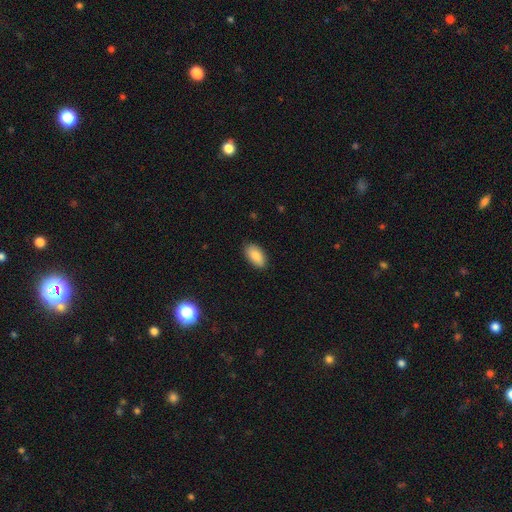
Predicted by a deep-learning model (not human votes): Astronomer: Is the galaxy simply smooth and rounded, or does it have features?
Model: smooth — 87%.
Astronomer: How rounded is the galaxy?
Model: in between — 94%.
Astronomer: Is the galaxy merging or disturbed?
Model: none — 86%.